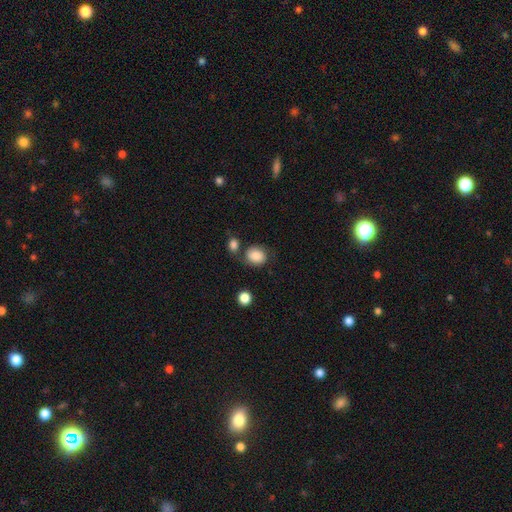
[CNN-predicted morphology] Smooth or featured?
  - smooth: 80% *
  - featured or disk: 11%
  - star or artifact: 9%
How rounded?
  - round: 63% *
  - in between: 36%
  - cigar-shaped: 1%
Merging?
  - none: 60% *
  - minor disturbance: 18%
  - merger: 15%
  - major disturbance: 7%